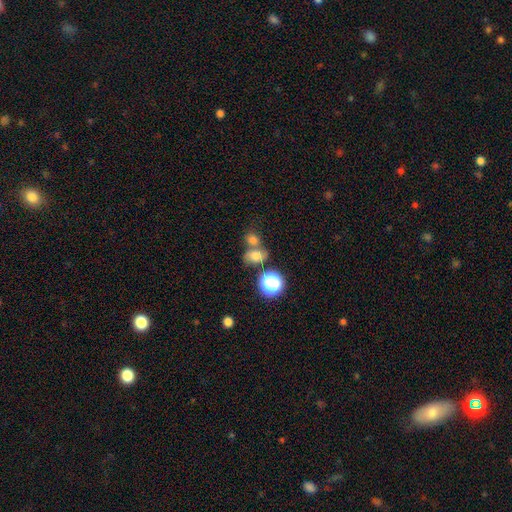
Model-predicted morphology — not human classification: type=smooth (70%); roundness=in between (50%); merging=merger (45%).